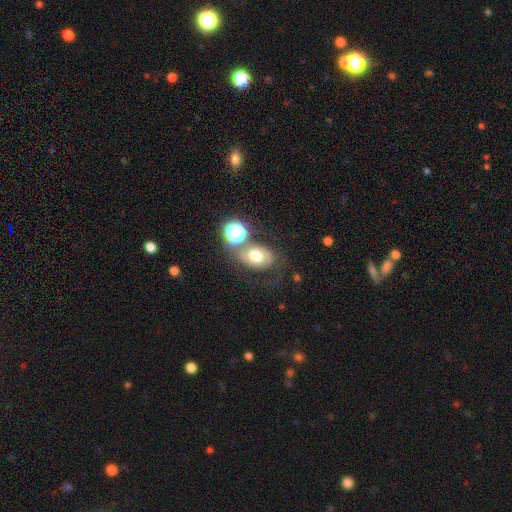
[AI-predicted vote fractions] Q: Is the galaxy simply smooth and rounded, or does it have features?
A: smooth — 62%.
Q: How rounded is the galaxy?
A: in between — 68%.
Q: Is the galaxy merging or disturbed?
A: none — 53%.